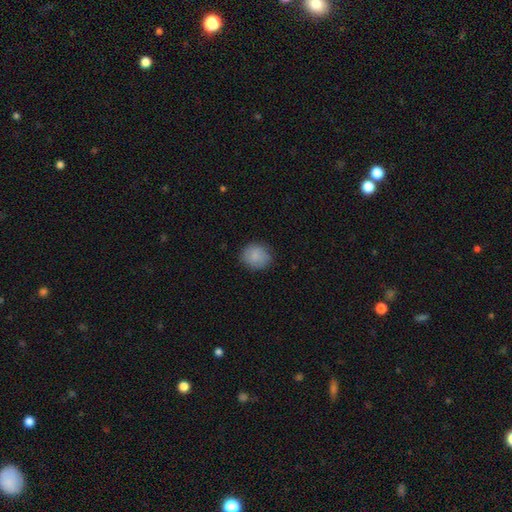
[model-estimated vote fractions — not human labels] Q: Smooth or featured?
A: smooth (85%); runner-up: featured or disk (7%)
Q: How rounded?
A: round (81%); runner-up: in between (18%)
Q: Merging?
A: none (82%); runner-up: minor disturbance (14%)